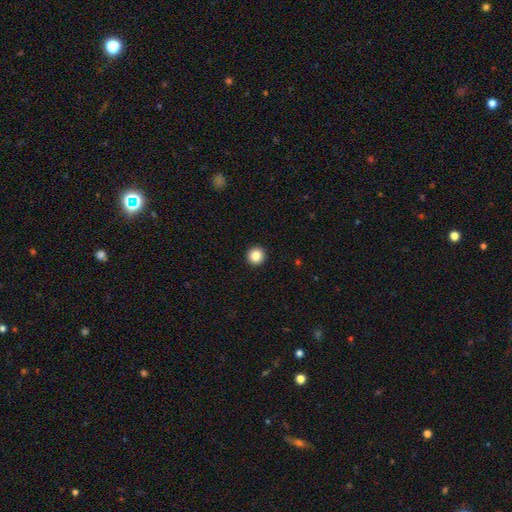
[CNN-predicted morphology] Overall: smooth (85%). How rounded: round (96%). Merging: none (94%).